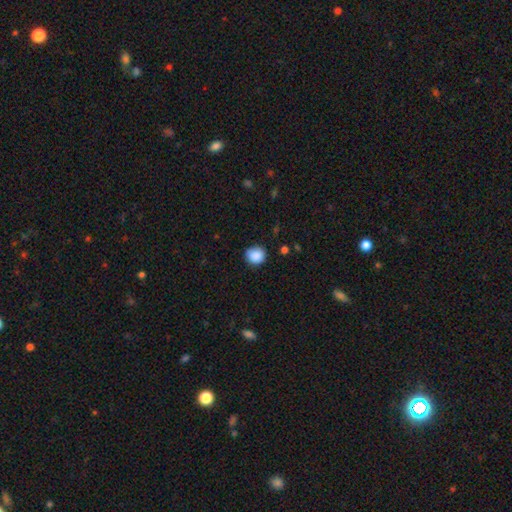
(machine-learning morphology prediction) Overall: smooth (87%). How rounded: round (84%). Merging: none (78%).